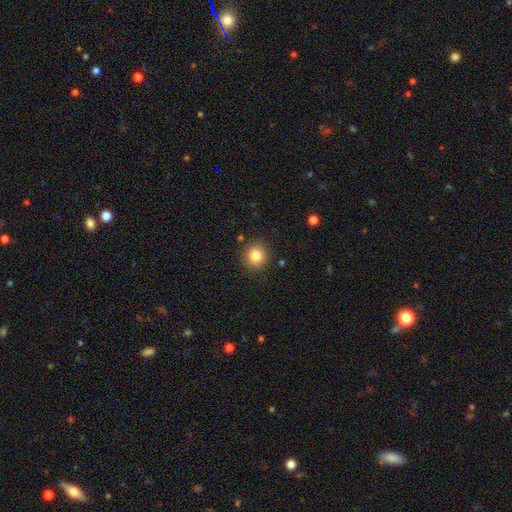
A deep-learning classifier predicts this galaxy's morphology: Q: Smooth or featured?
A: smooth (83%); runner-up: star or artifact (11%)
Q: How rounded?
A: round (88%); runner-up: in between (11%)
Q: Merging?
A: none (89%); runner-up: minor disturbance (7%)